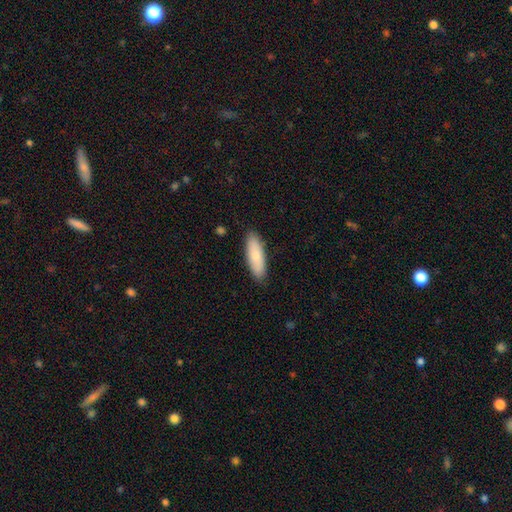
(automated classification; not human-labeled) The model was most divided on "how rounded": in between: 58%, cigar-shaped: 41%, round: 2%. More confident: merging — none (88%); smooth or featured — smooth (81%).